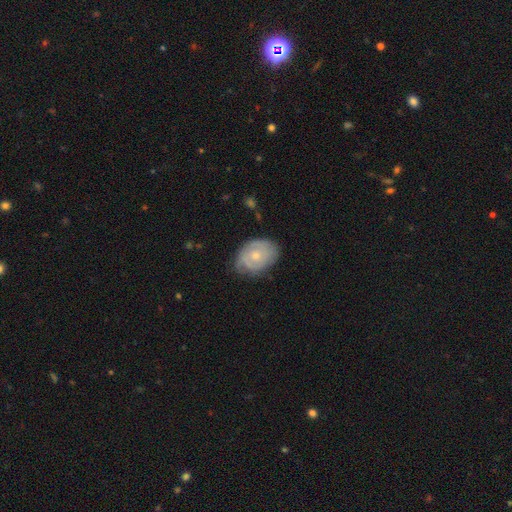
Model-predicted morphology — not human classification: smooth-or-featured: featured or disk: 59% | smooth: 35% | star or artifact: 6%
  disk-edge-on: no: 96% | yes: 4%
    bar: no: 81% | weak: 16% | strong: 2%
    has-spiral-arms: yes: 74% | no: 26%
    bulge-size: small: 53% | moderate: 43% | none: 2% | large: 1% | dominant: 1%
  merging: none: 66% | minor disturbance: 26% | major disturbance: 7% | merger: 1%